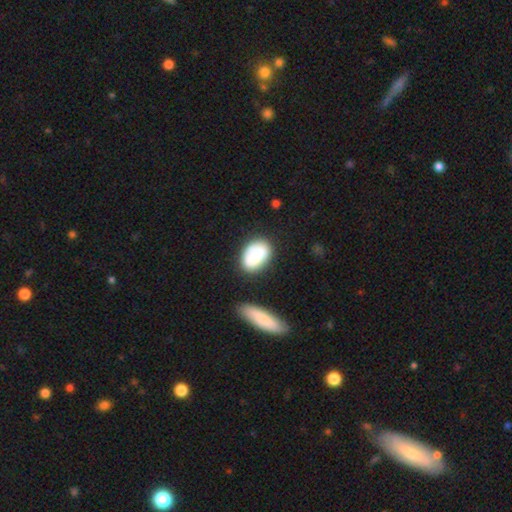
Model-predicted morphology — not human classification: Q: Smooth or featured?
A: smooth (66%); runner-up: featured or disk (26%)
Q: How rounded?
A: in between (87%); runner-up: round (10%)
Q: Merging?
A: none (60%); runner-up: minor disturbance (20%)